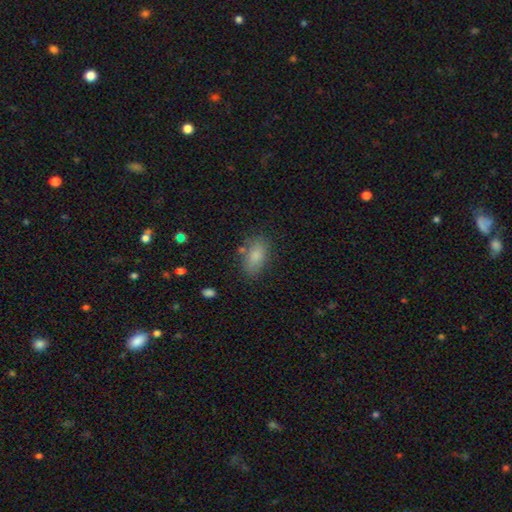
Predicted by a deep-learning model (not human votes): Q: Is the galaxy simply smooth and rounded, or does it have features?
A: smooth — 82%.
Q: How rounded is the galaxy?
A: in between — 89%.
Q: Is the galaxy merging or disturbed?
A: none — 75%.